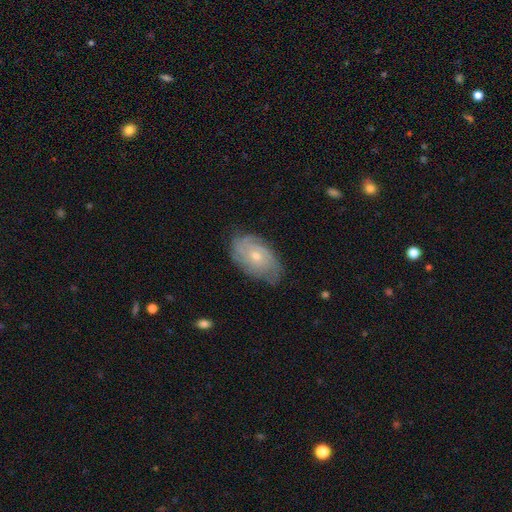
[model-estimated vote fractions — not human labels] smooth-or-featured: featured or disk: 73% | smooth: 20% | star or artifact: 6%
  disk-edge-on: no: 95% | yes: 5%
    bar: no: 73% | weak: 24% | strong: 3%
    has-spiral-arms: yes: 91% | no: 9%
      spiral-winding: tight: 68% | medium: 25% | loose: 7%
      spiral-arm-count: can't tell: 46% | 2: 17% | 3: 16% | 4: 11% | more than 4: 5% | 1: 5%
    bulge-size: small: 51% | moderate: 45% | large: 1% | none: 1% | dominant: 1%
  merging: none: 73% | minor disturbance: 21% | major disturbance: 5% | merger: 1%